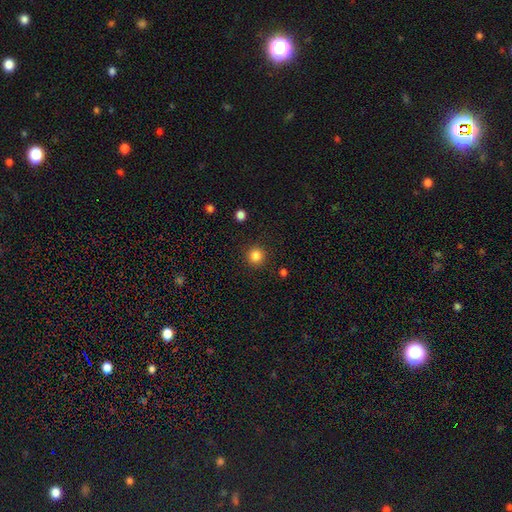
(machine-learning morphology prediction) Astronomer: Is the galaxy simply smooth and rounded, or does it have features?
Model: smooth — 85%.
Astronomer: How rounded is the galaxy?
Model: round — 95%.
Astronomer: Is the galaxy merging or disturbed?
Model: none — 91%.